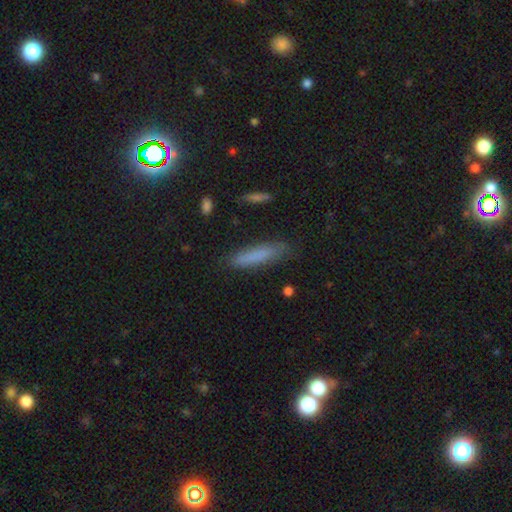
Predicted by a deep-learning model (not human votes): This appears to be a smooth galaxy with no disk features (77%) that is cigar-shaped (84%). Merging: none (82%).